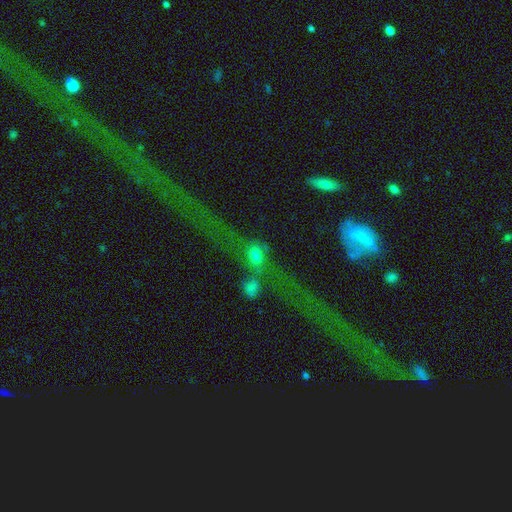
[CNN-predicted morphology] A smooth galaxy with no disk features (67%) that is in between round and cigar-shaped (65%). Merging: merger (43%).